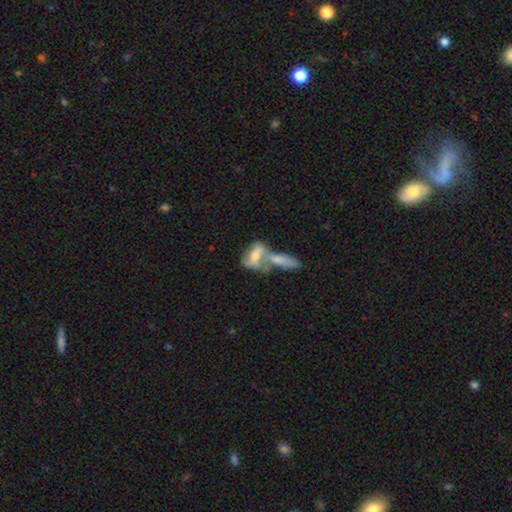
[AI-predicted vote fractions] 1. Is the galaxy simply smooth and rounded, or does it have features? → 47% smooth, 45% featured or disk, 8% star or artifact.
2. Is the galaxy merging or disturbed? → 65% merger, 19% none, 9% minor disturbance, 7% major disturbance.